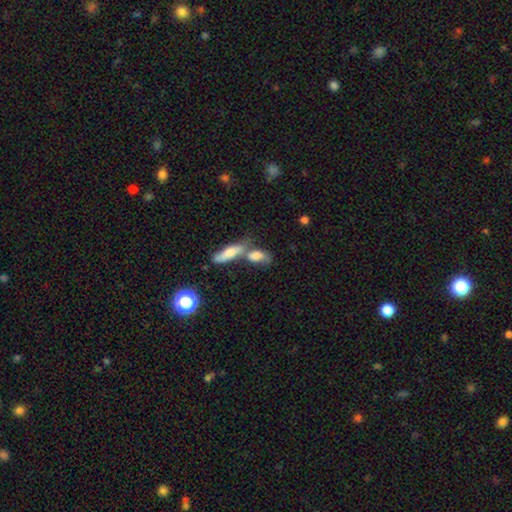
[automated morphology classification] type=smooth (67%); roundness=in between (71%); merging=merger (57%).